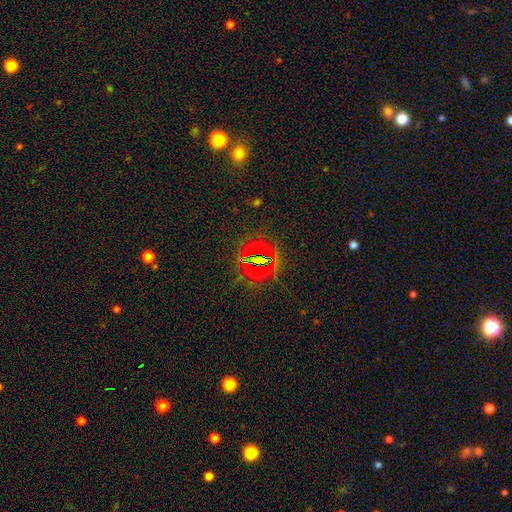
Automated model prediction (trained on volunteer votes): Overall: star or artifact (70%).